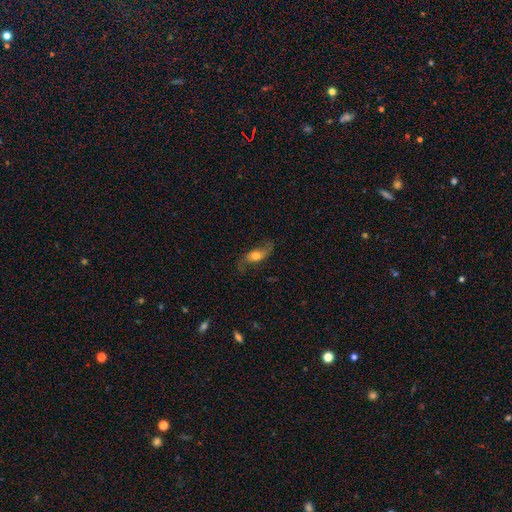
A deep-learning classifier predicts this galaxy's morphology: smooth-or-featured: featured or disk: 58% | smooth: 34% | star or artifact: 8%
  disk-edge-on: no: 81% | yes: 19%
  merging: none: 66% | minor disturbance: 19% | major disturbance: 13% | merger: 2%